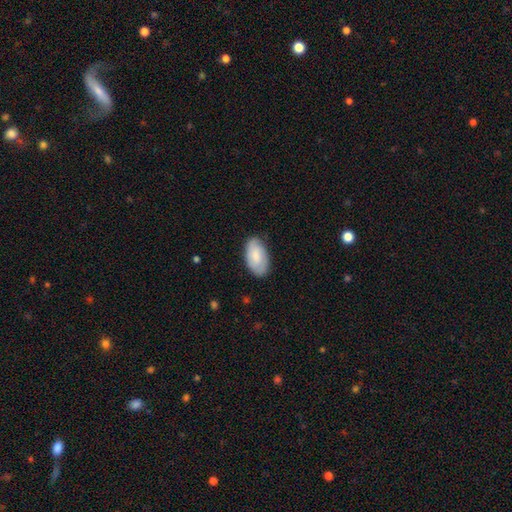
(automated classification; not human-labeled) Smooth or featured? Predicted: smooth (p=0.75). How rounded? Predicted: in between (p=0.95). Merging? Predicted: none (p=0.80).